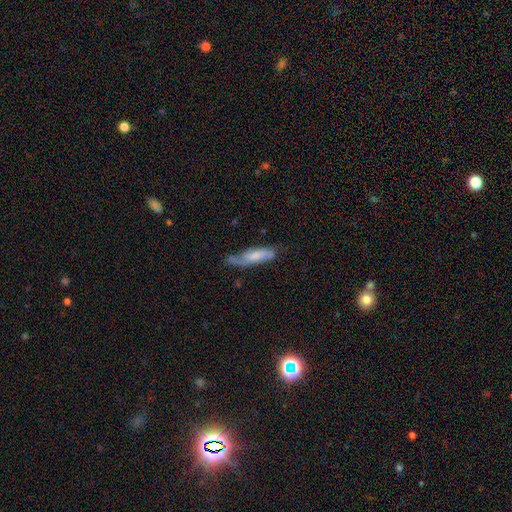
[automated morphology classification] The model was most divided on "smooth or featured": smooth: 47%, featured or disk: 46%, star or artifact: 7%. More confident: merging — none (52%).